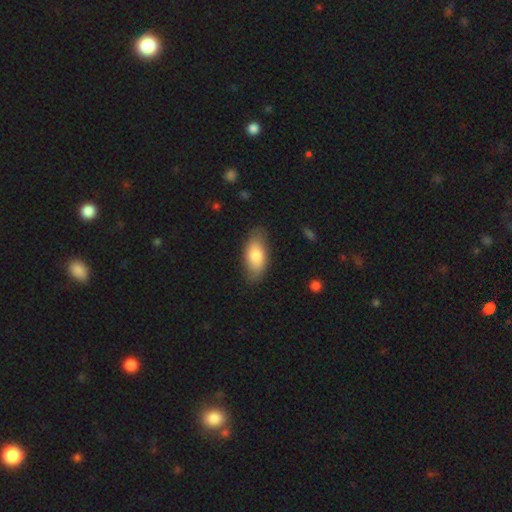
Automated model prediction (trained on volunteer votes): A smooth galaxy with no disk features (77%) that is in between round and cigar-shaped (90%).

Vote fractions:
- Smooth or featured? smooth: 77% / featured or disk: 17% / star or artifact: 6%
- How rounded? in between: 90% / cigar-shaped: 7% / round: 3%
- Merging? none: 78% / minor disturbance: 17% / major disturbance: 4% / merger: 1%